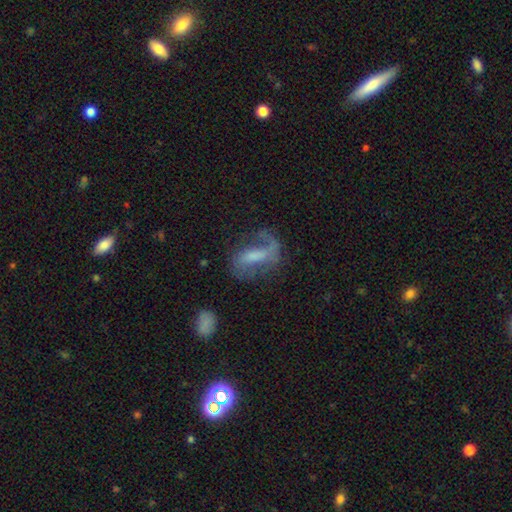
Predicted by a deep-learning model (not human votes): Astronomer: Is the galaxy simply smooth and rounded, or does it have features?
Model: featured or disk — 72%.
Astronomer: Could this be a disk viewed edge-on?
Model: no — 95%.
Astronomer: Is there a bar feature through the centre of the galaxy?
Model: weak — 43% (runner-up: strong, 35%).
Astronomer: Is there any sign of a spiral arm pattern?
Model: yes — 86%.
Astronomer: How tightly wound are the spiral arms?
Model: loose — 52% (runner-up: medium, 37%).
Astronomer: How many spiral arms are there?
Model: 2 — 68%.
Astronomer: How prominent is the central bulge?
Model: small — 34% (runner-up: moderate, 32%).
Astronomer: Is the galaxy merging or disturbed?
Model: none — 50% (runner-up: major disturbance, 26%).